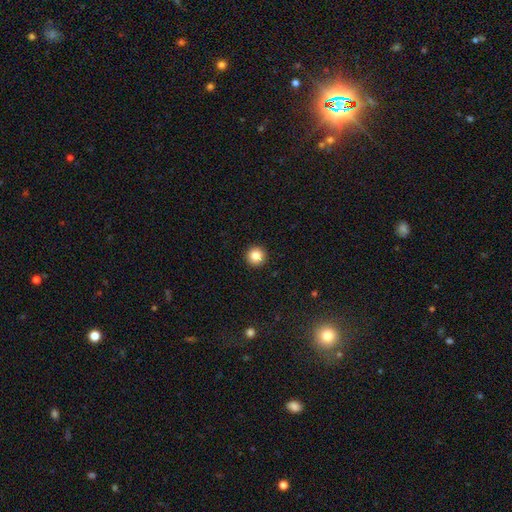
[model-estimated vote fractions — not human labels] smooth_or_featured: smooth (p=0.85) [alt: star or artifact p=0.10]
how_rounded: round (p=0.96) [alt: in between p=0.03]
merging: none (p=0.94) [alt: minor disturbance p=0.04]